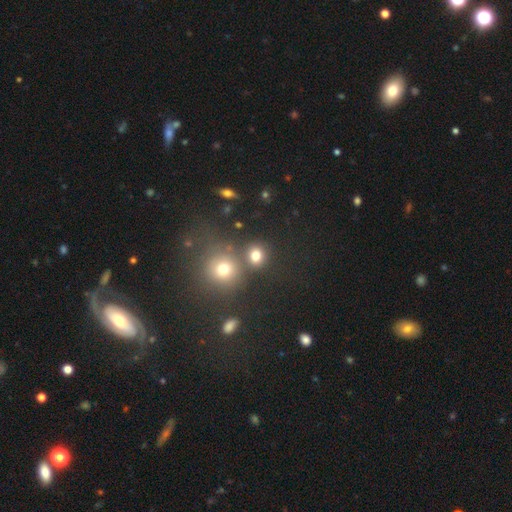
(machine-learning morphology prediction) The model was most divided on "merging": none: 73%, merger: 15%, minor disturbance: 8%, major disturbance: 4%. More confident: how rounded — round (83%); smooth or featured — smooth (76%).